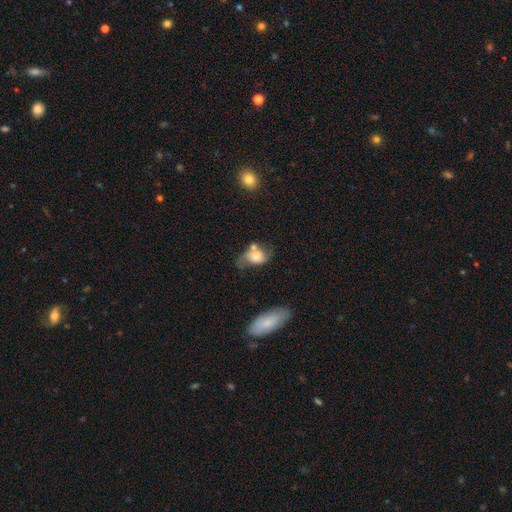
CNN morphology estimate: Smooth or featured: smooth — 60% (featured or disk — 32%)
How rounded: in between — 76% (round — 22%)
Merging: none — 34% (minor disturbance — 27%)